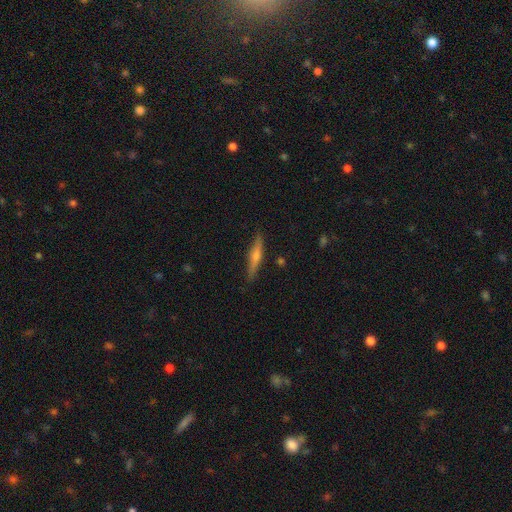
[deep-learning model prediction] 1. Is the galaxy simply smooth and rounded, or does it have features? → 60% featured or disk, 34% smooth, 7% star or artifact.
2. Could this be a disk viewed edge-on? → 97% yes, 3% no.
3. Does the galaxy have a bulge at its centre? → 77% rounded, 14% none, 9% boxy.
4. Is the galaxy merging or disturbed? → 89% none, 8% minor disturbance, 2% major disturbance, 1% merger.